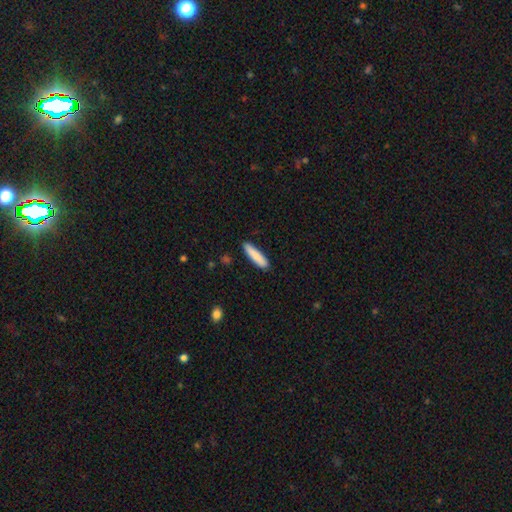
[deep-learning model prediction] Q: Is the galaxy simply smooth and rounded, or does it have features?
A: smooth — 86%.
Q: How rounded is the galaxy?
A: cigar-shaped — 82%.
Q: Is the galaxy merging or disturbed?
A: none — 88%.